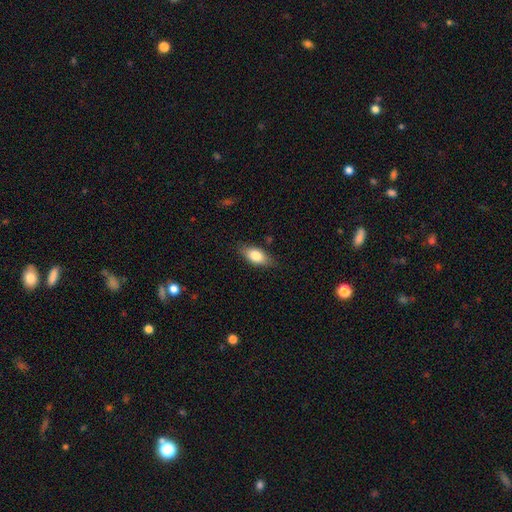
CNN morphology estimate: Smooth or featured? smooth (79%)
How rounded? in between (86%)
Merging? none (81%)